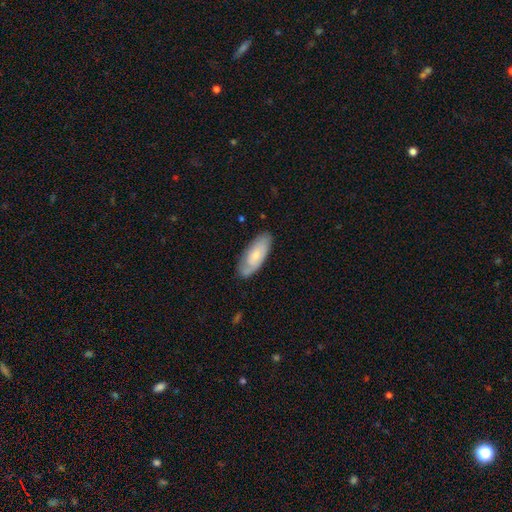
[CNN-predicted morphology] smooth 58%, featured or disk 36%, star or artifact 6%. Down the decision tree: how rounded — in between (82%); merging — none (75%).